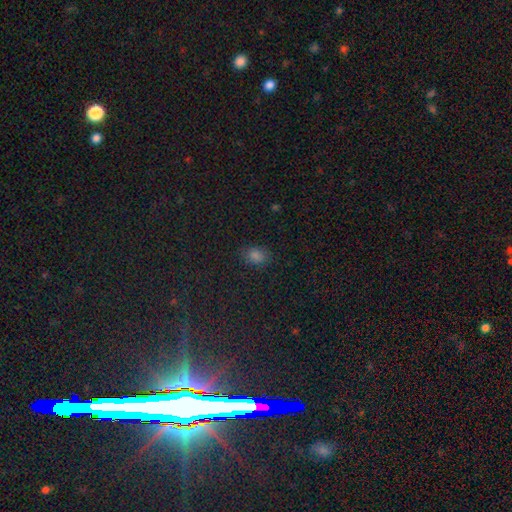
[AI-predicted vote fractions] Morphology: type=smooth (75%); roundness=in between (65%); merging=none (83%).